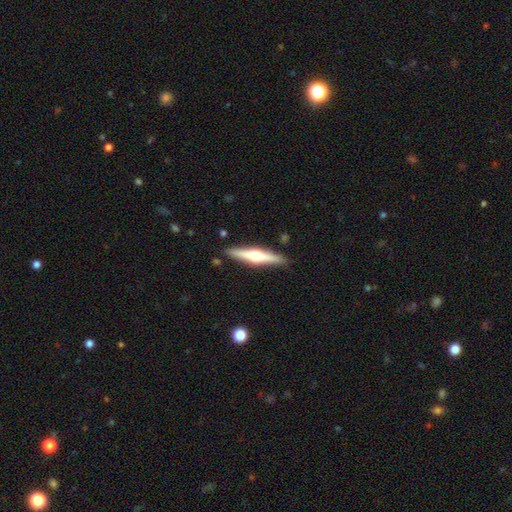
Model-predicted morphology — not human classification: Smooth or featured?
  - featured or disk: 65% *
  - smooth: 30%
  - star or artifact: 5%
Edge-on disk?
  - yes: 97% *
  - no: 3%
Edge-on bulge?
  - rounded: 91% *
  - boxy: 5%
  - none: 4%
Merging?
  - none: 89% *
  - minor disturbance: 8%
  - major disturbance: 2%
  - merger: 2%